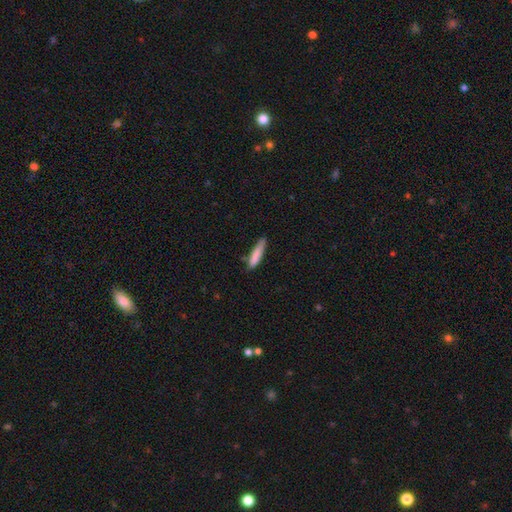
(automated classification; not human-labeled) Smooth or featured? Predicted: smooth (p=0.82). How rounded? Predicted: cigar-shaped (p=0.86). Merging? Predicted: none (p=0.69).